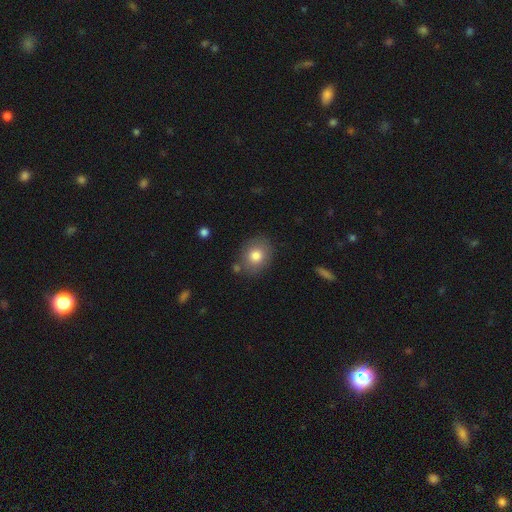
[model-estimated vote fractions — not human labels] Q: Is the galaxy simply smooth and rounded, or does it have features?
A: smooth — 79%.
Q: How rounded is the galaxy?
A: round — 58%.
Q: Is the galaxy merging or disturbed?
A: none — 80%.